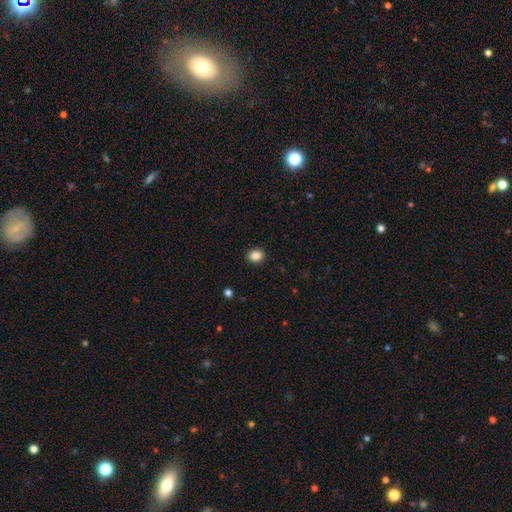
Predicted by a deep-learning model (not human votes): A smooth galaxy with no disk features (86%) that is round (58%).

Vote fractions:
- Smooth or featured? smooth: 86% / star or artifact: 10% / featured or disk: 4%
- How rounded? round: 58% / in between: 41% / cigar-shaped: 1%
- Merging? none: 91% / minor disturbance: 6% / major disturbance: 2% / merger: 1%